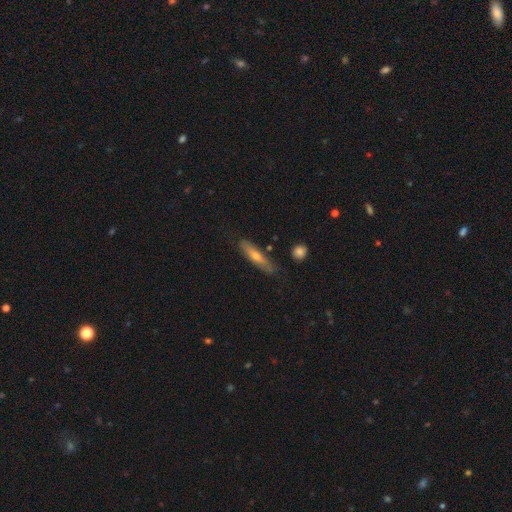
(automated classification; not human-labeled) smooth 51%, featured or disk 43%, star or artifact 6%. Down the decision tree: how rounded — cigar-shaped (79%); merging — none (79%).